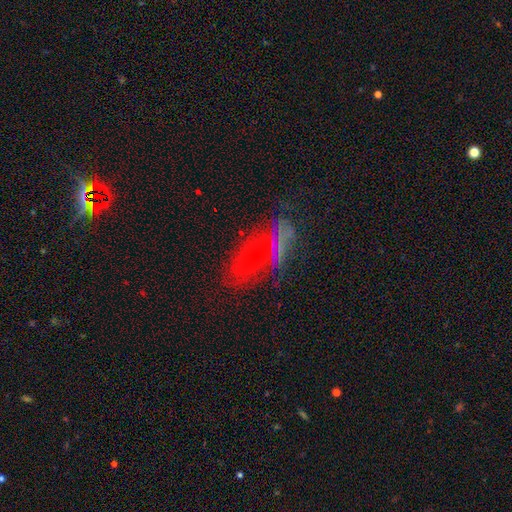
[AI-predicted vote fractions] smooth-or-featured: smooth: 39% | featured or disk: 37% | star or artifact: 25%
  merging: none: 68% | minor disturbance: 17% | merger: 8% | major disturbance: 7%